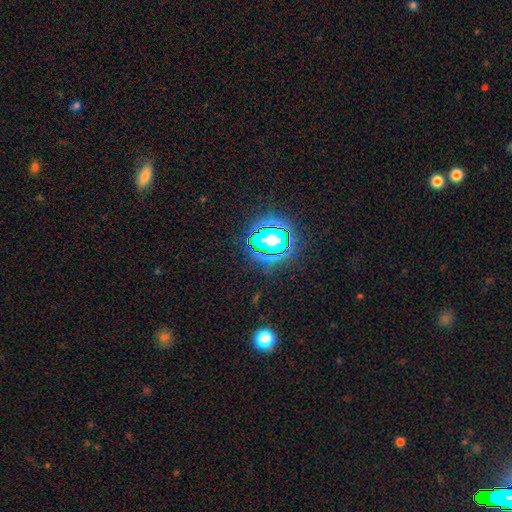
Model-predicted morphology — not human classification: This appears to be a star or artifact, not a galaxy (77%).